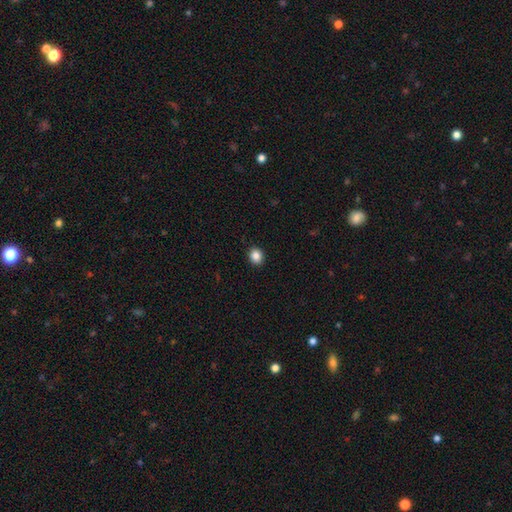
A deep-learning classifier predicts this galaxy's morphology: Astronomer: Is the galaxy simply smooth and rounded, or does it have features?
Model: smooth — 86%.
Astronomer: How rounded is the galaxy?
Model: round — 65%.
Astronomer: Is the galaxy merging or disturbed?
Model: none — 91%.